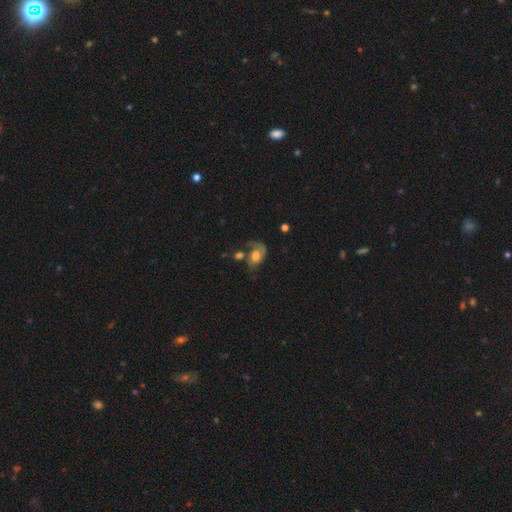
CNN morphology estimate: The model was most divided on "merging": major disturbance: 31%, none: 29%, merger: 20%, minor disturbance: 20%. Remaining: smooth or featured — featured or disk (50%).